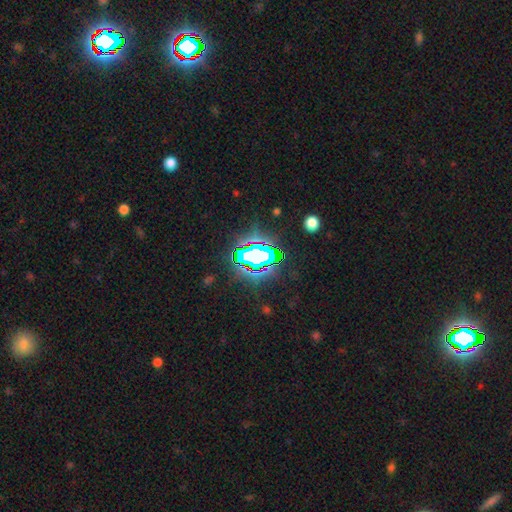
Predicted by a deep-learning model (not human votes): A star or artifact, not a galaxy (69%).